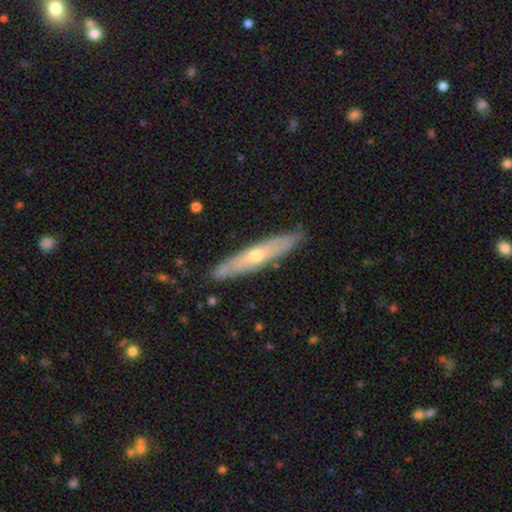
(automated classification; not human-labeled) A featured or disk galaxy (59%) viewed edge-on (75%). Merging: none (86%).